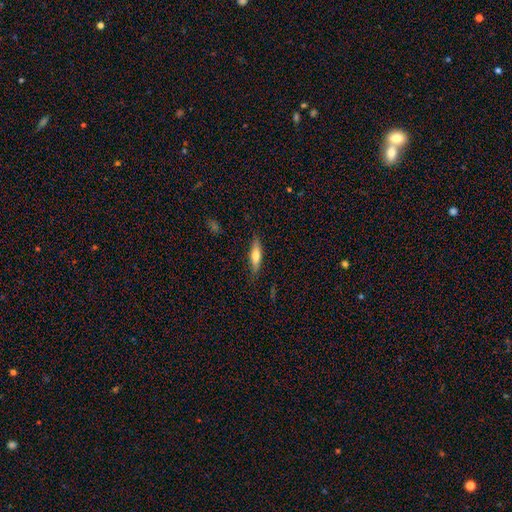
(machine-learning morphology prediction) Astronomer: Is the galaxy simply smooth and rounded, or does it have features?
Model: smooth — 59% (runner-up: featured or disk, 35%).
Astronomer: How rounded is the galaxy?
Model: cigar-shaped — 69%.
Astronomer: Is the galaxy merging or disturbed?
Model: none — 84%.